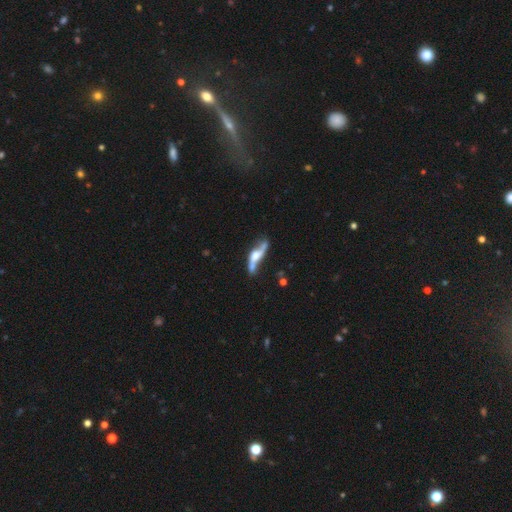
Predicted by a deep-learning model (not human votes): The model was most divided on "edge-on disk": no: 56%, yes: 44%. Remaining: smooth or featured — featured or disk (74%); merging — none (46%).